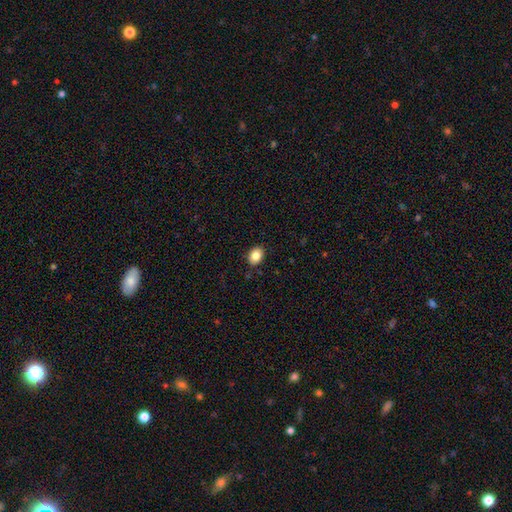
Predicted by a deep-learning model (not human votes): smooth-or-featured: smooth: 84% | star or artifact: 9% | featured or disk: 7%
  how-rounded: in between: 69% | round: 30% | cigar-shaped: 1%
  merging: none: 88% | minor disturbance: 9% | major disturbance: 2% | merger: 1%